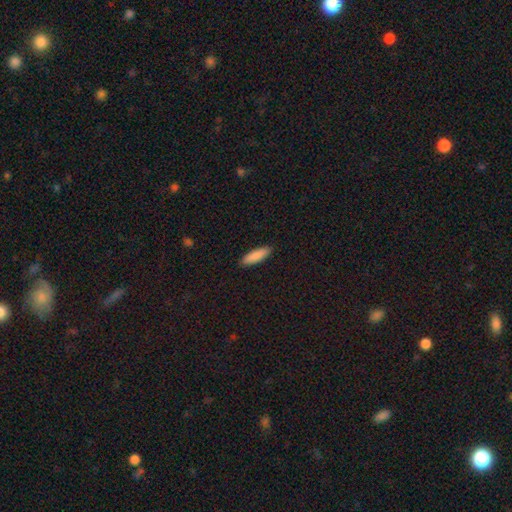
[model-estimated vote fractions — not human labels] A smooth galaxy with no disk features (88%) that is cigar-shaped (59%).

Vote fractions:
- Smooth or featured? smooth: 88% / featured or disk: 6% / star or artifact: 6%
- How rounded? cigar-shaped: 59% / in between: 40% / round: 2%
- Merging? none: 91% / minor disturbance: 7% / major disturbance: 2% / merger: 1%